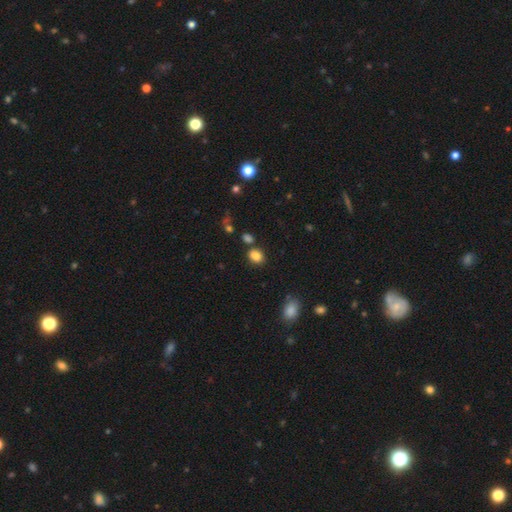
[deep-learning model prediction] The model was most divided on "how rounded": in between: 58%, round: 41%, cigar-shaped: 1%. More confident: smooth or featured — smooth (84%); merging — none (73%).